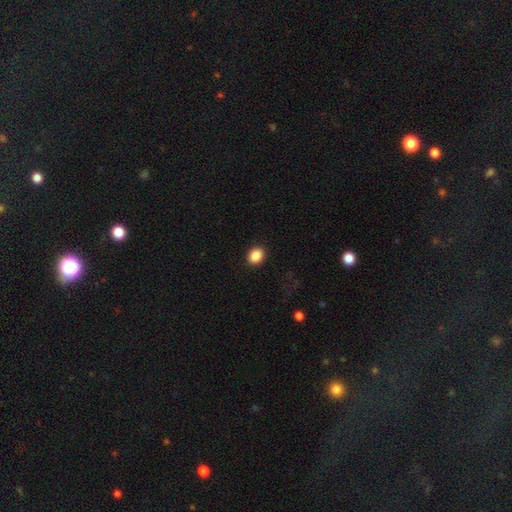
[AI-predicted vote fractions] smooth 88%, star or artifact 9%, featured or disk 3%. Down the decision tree: how rounded — round (58%); merging — none (90%).